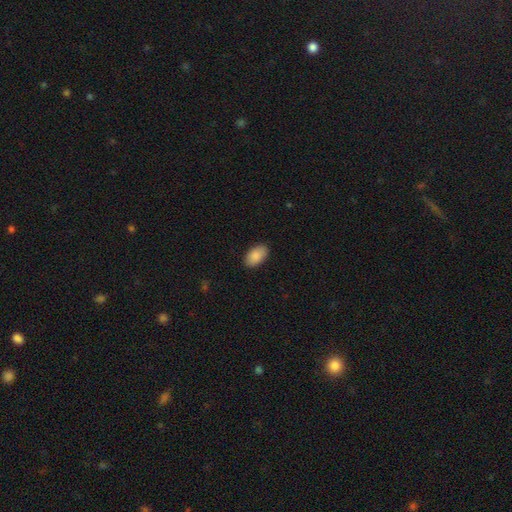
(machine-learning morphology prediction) smooth_or_featured: smooth (p=0.88) [alt: star or artifact p=0.06]
how_rounded: in between (p=0.95) [alt: round p=0.04]
merging: none (p=0.88) [alt: minor disturbance p=0.09]